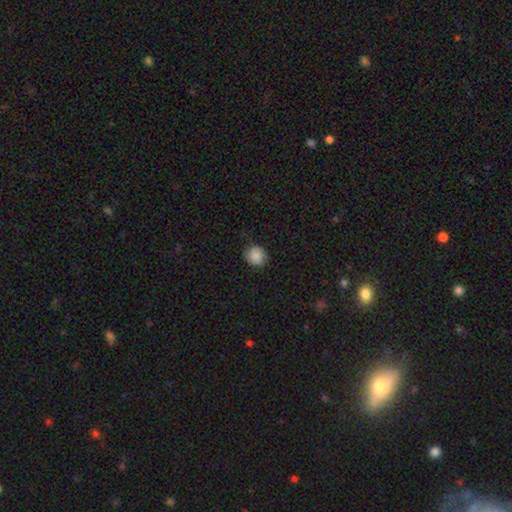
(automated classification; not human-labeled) This is clearly a smooth galaxy (82%). How rounded: likely round (78%). Merging: clearly none (81%).